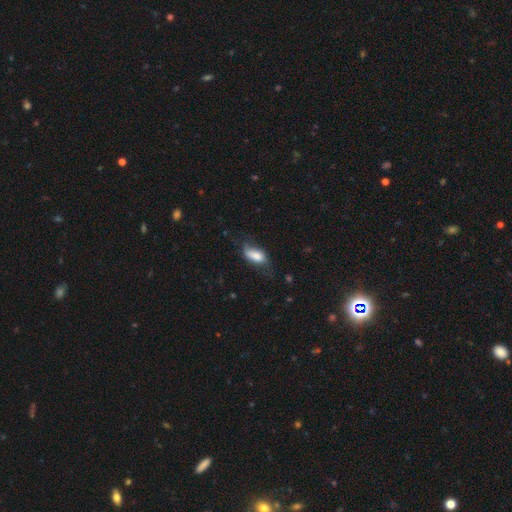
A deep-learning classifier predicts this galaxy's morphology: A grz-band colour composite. It shows a smooth galaxy with no disk features (70%) that is in between round and cigar-shaped (86%). Merging: none (47%).